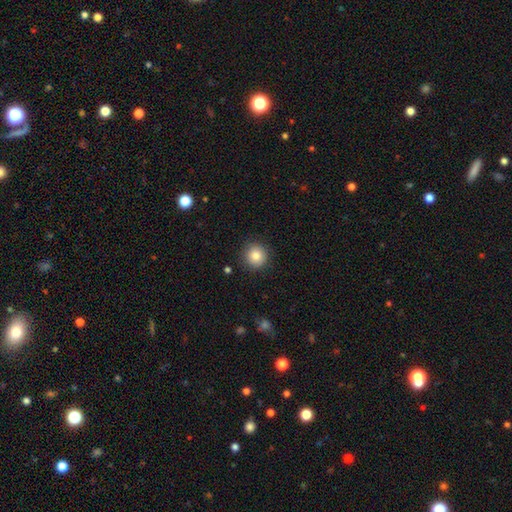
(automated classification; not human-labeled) Smooth or featured: smooth — 84% (star or artifact — 9%)
How rounded: round — 94% (in between — 5%)
Merging: none — 89% (minor disturbance — 7%)